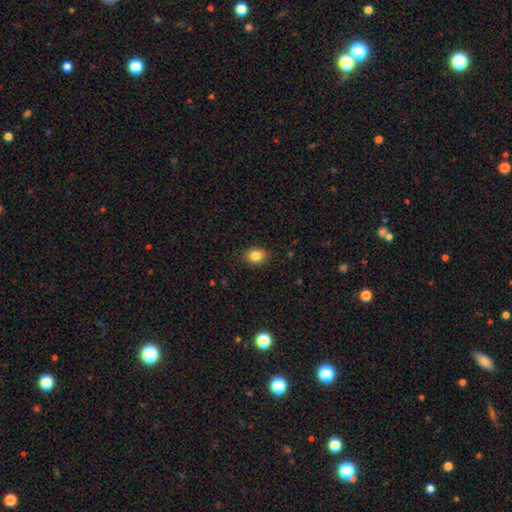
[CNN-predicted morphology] The model was most divided on "how rounded": in between: 51%, round: 48%, cigar-shaped: 1%. More confident: merging — none (87%); smooth or featured — smooth (84%).